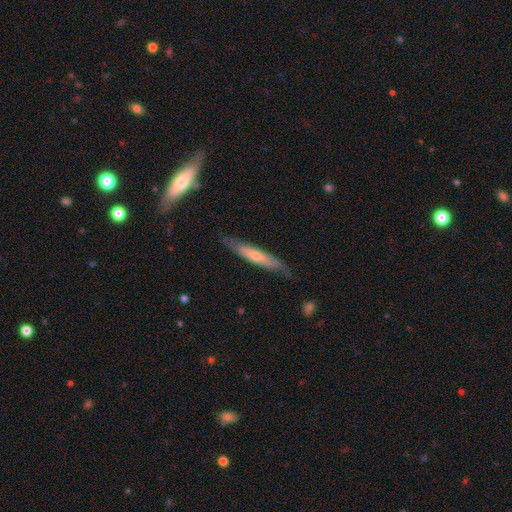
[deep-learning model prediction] Morphology: type=smooth (49%); merging=none (79%).